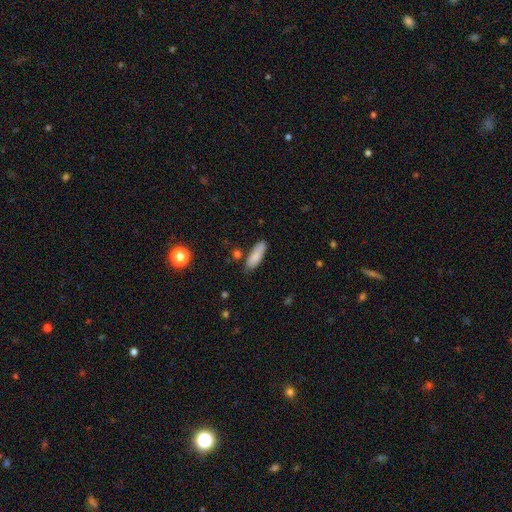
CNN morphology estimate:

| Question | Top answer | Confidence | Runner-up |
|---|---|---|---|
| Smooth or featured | smooth | 85% | featured or disk (8%) |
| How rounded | in between | 57% | cigar-shaped (41%) |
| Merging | none | 75% | minor disturbance (17%) |